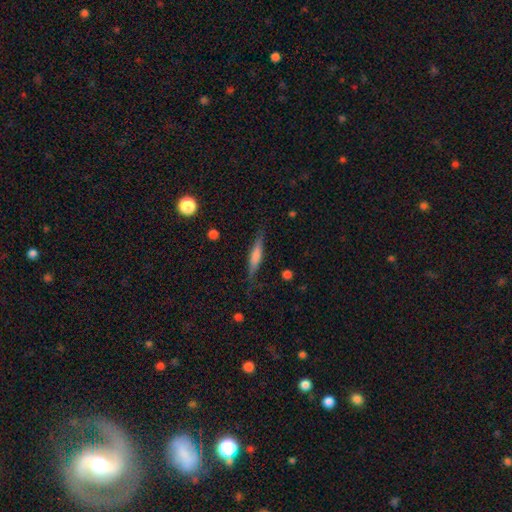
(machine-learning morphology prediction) Smooth or featured? featured or disk (50%)
Merging? none (83%)